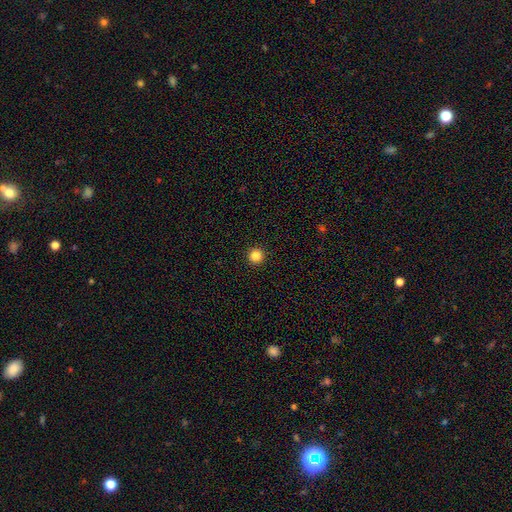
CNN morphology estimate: A smooth galaxy with no disk features (85%) that is round (97%).

Vote fractions:
- Smooth or featured? smooth: 85% / star or artifact: 12% / featured or disk: 3%
- How rounded? round: 97% / in between: 2% / cigar-shaped: 1%
- Merging? none: 94% / minor disturbance: 4% / major disturbance: 1% / merger: 1%